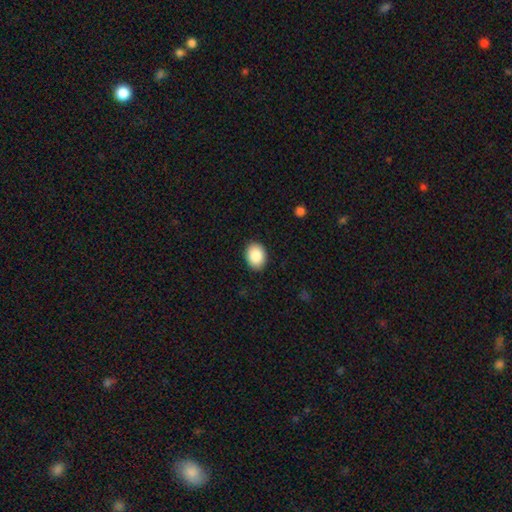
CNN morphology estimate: Overall: smooth (89%). How rounded: in between (67%; round 33%). Merging: none (90%).